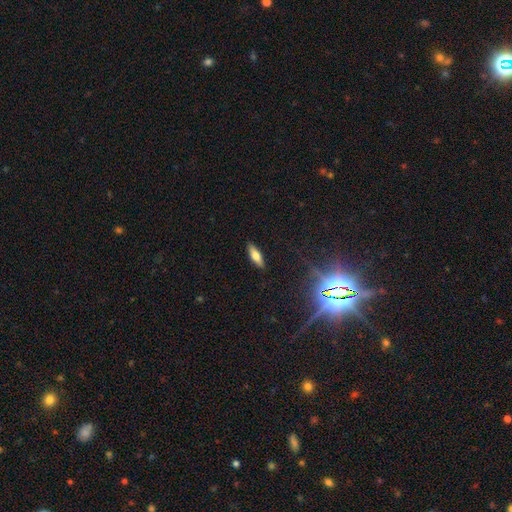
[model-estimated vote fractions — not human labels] This is likely a smooth galaxy (66%). How rounded: possibly in between (53%). Merging: clearly none (89%).